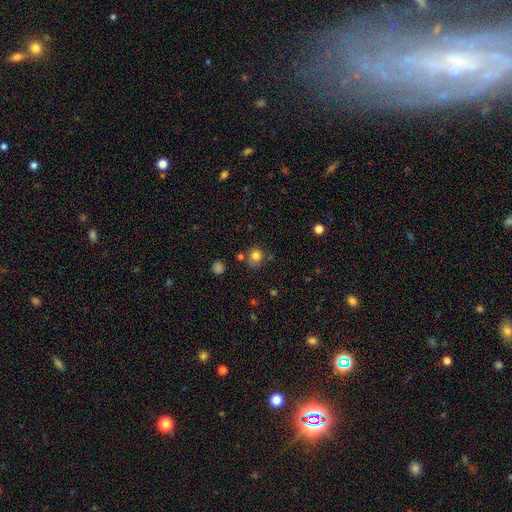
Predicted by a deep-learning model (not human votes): Smooth or featured? Predicted: smooth (p=0.79). How rounded? Predicted: round (p=0.76). Merging? Predicted: none (p=0.66).